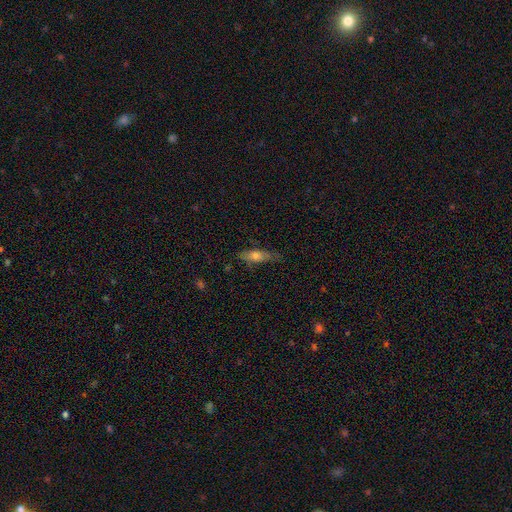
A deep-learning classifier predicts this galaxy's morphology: Smooth or featured? smooth (60%)
How rounded? cigar-shaped (51%)
Merging? none (71%)